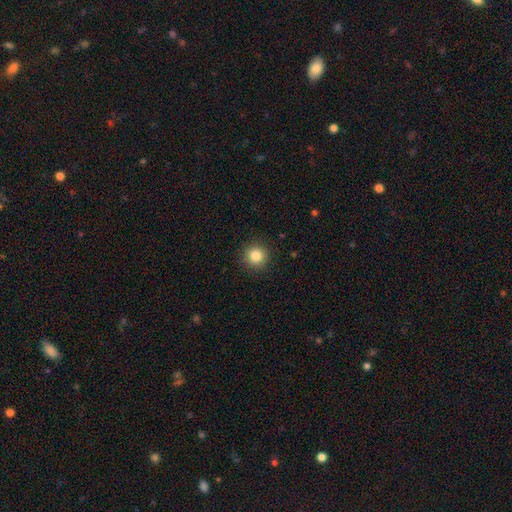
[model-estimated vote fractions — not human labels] smooth-or-featured: smooth: 84% | star or artifact: 11% | featured or disk: 5%
  how-rounded: round: 95% | in between: 4% | cigar-shaped: 1%
  merging: none: 91% | minor disturbance: 6% | major disturbance: 2% | merger: 1%